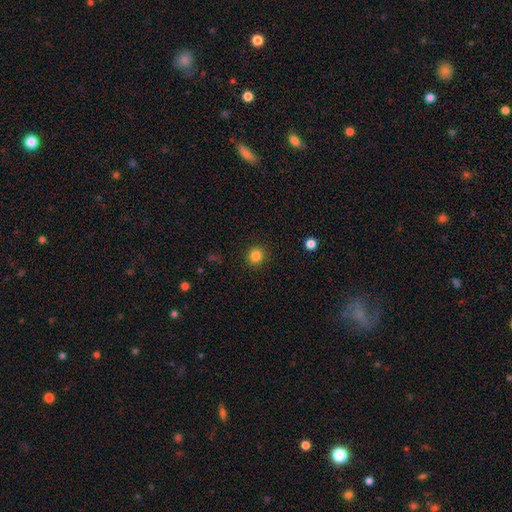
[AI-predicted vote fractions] smooth 84%, star or artifact 12%, featured or disk 4%. Down the decision tree: how rounded — round (88%); merging — none (91%).